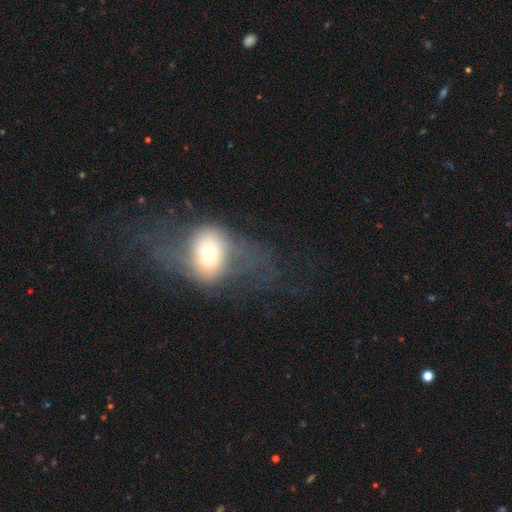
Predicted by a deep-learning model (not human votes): Q: Smooth or featured?
A: featured or disk (55%); runner-up: smooth (31%)
Q: Edge-on disk?
A: no (86%); runner-up: yes (14%)
Q: Merging?
A: none (50%); runner-up: major disturbance (30%)